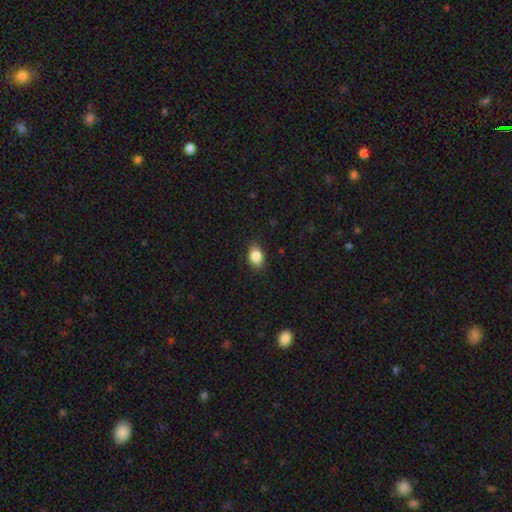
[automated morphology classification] Smooth or featured: smooth — 86% (star or artifact — 8%)
How rounded: in between — 79% (round — 19%)
Merging: none — 85% (minor disturbance — 12%)